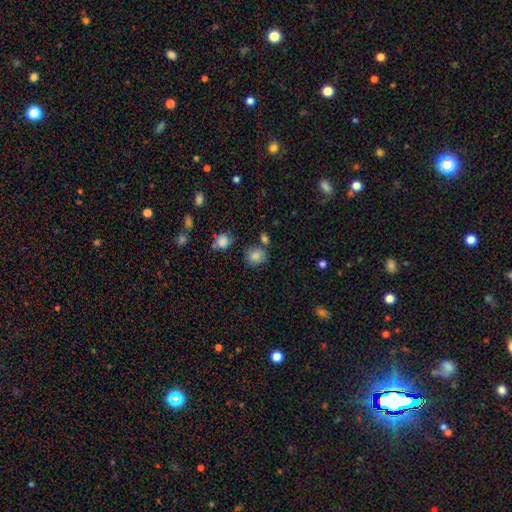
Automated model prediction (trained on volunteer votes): This appears to be a smooth galaxy with no disk features (79%) that is round (68%). Merging: none (63%).